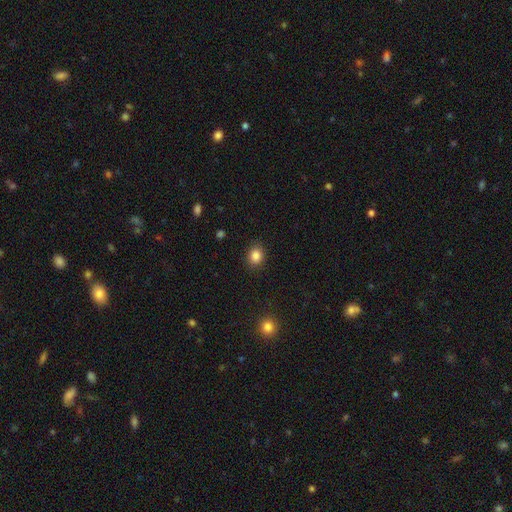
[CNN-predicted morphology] smooth 86%, star or artifact 10%, featured or disk 4%. Down the decision tree: how rounded — round (61%); merging — none (88%).